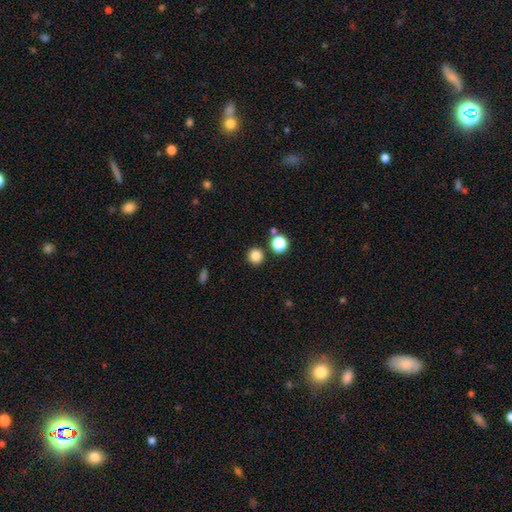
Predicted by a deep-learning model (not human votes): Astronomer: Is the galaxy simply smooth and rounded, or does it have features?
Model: smooth — 83%.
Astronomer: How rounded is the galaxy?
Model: round — 94%.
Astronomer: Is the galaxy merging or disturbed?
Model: none — 88%.